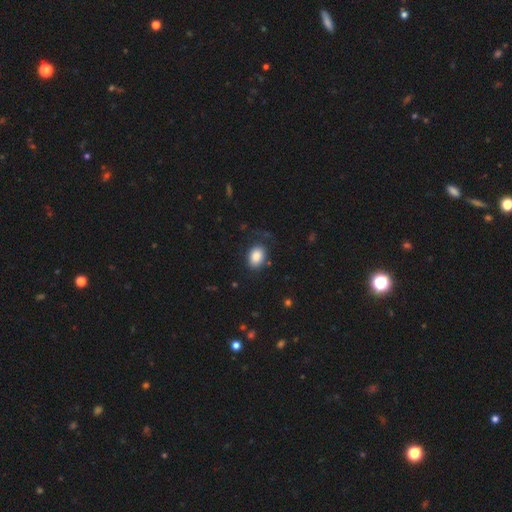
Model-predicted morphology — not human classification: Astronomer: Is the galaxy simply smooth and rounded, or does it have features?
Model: smooth — 87%.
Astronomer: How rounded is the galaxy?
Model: in between — 76%.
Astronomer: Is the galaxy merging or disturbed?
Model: none — 78%.